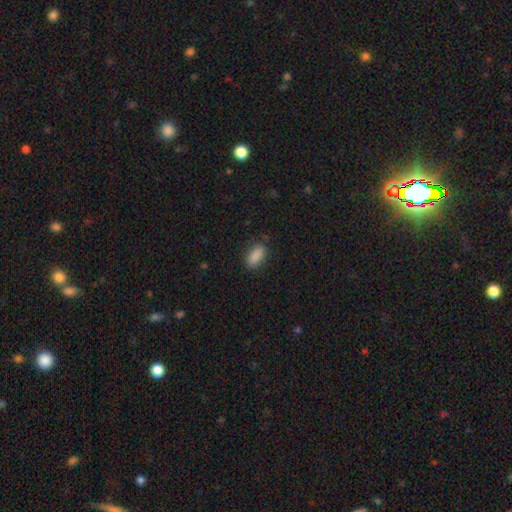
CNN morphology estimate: Smooth or featured: smooth — 88% (star or artifact — 8%)
How rounded: in between — 89% (cigar-shaped — 7%)
Merging: none — 82% (minor disturbance — 14%)